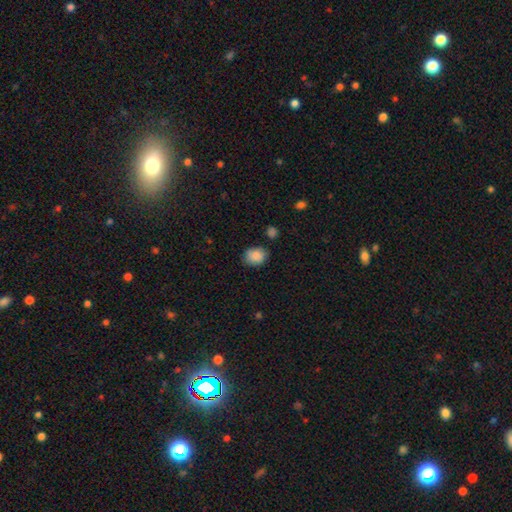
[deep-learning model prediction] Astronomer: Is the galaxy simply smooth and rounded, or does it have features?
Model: smooth — 87%.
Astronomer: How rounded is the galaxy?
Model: in between — 50% (runner-up: round, 49%).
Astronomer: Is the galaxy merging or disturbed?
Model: none — 74%.